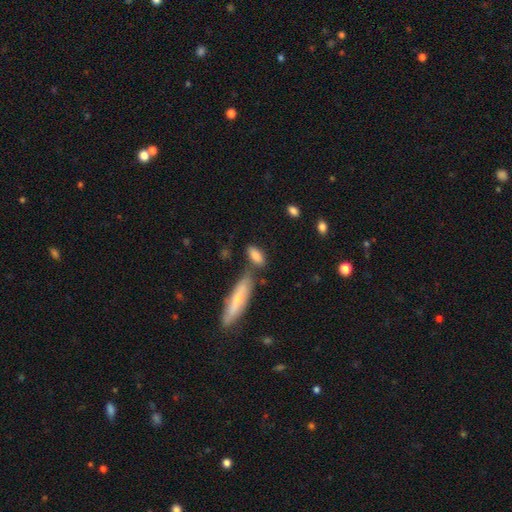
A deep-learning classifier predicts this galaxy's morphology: Smooth or featured?
  - smooth: 80% *
  - featured or disk: 13%
  - star or artifact: 7%
How rounded?
  - in between: 69% *
  - cigar-shaped: 27%
  - round: 3%
Merging?
  - none: 59% *
  - merger: 19%
  - minor disturbance: 16%
  - major disturbance: 5%